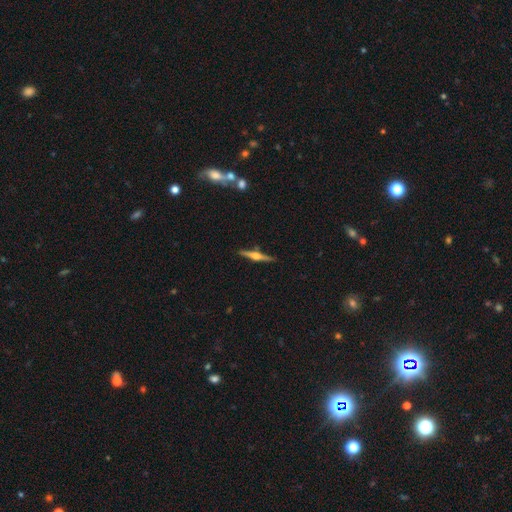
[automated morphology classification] smooth_or_featured: featured or disk (p=0.77) [alt: smooth p=0.17]
disk_edge_on: yes (p=0.98) [alt: no p=0.02]
edge_on_bulge: rounded (p=0.93) [alt: boxy p=0.04]
merging: none (p=0.89) [alt: minor disturbance p=0.08]